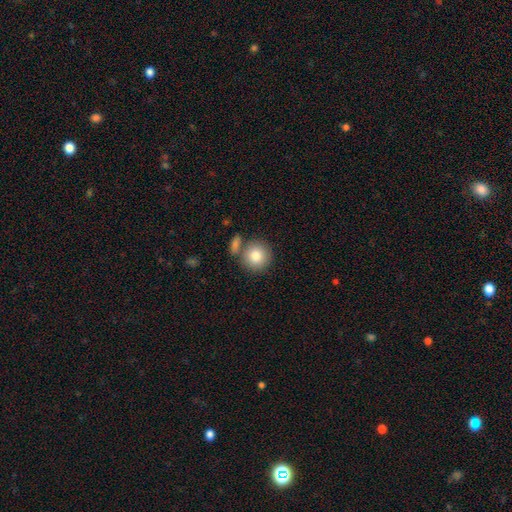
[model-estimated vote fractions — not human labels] Overall: smooth (82%). How rounded: round (91%). Merging: none (68%).